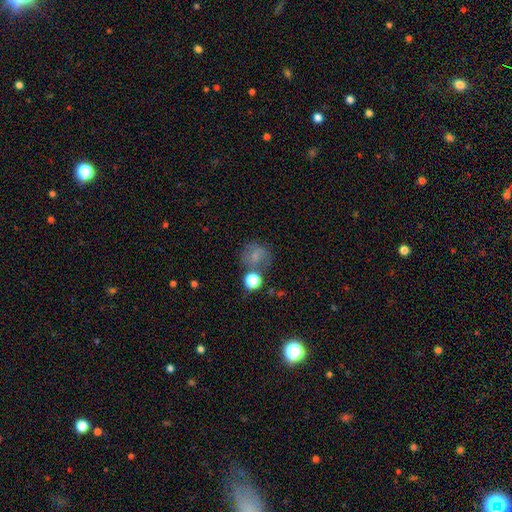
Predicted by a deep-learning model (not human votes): smooth-or-featured: smooth: 65% | featured or disk: 18% | star or artifact: 17%
  how-rounded: round: 75% | in between: 24% | cigar-shaped: 1%
  merging: none: 56% | minor disturbance: 17% | merger: 17% | major disturbance: 10%